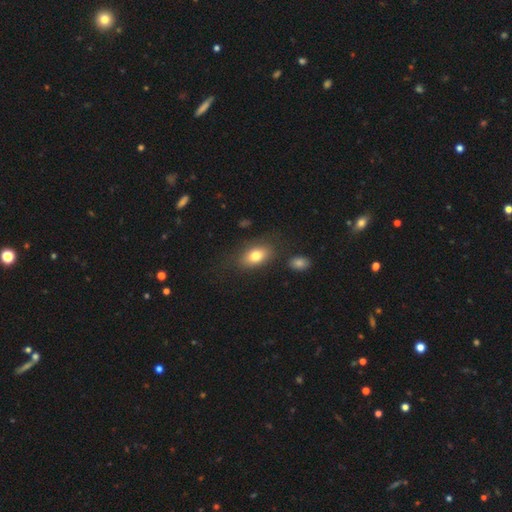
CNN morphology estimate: This appears to be a smooth galaxy with no disk features (78%) that is in between round and cigar-shaped (85%). Merging: none (76%).